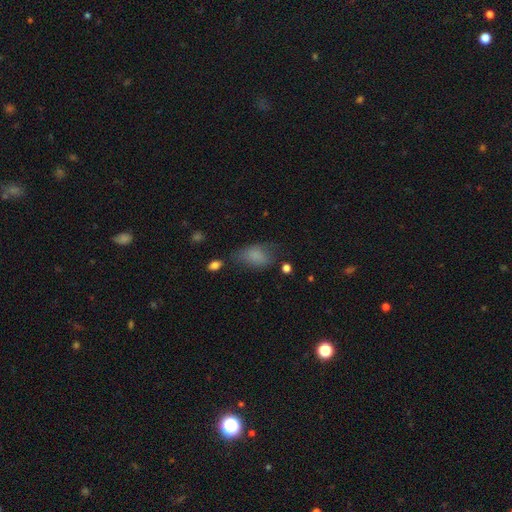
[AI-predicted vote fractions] This appears to be a smooth galaxy with no disk features (79%) that is in between round and cigar-shaped (88%). Merging: none (44%).